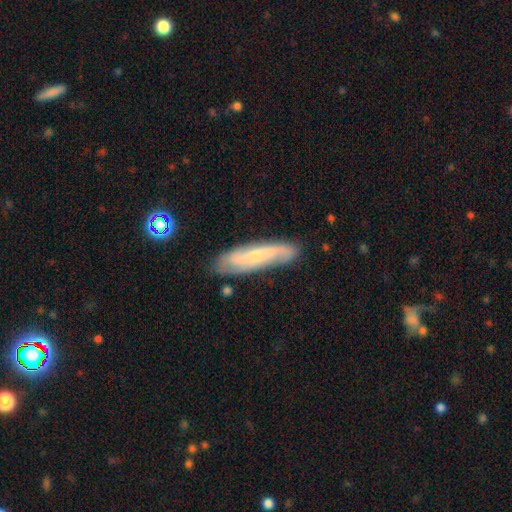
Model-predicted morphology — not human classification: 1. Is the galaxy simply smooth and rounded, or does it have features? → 59% featured or disk, 34% smooth, 7% star or artifact.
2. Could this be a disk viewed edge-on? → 66% no, 34% yes.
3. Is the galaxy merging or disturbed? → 77% none, 17% minor disturbance, 4% major disturbance, 2% merger.